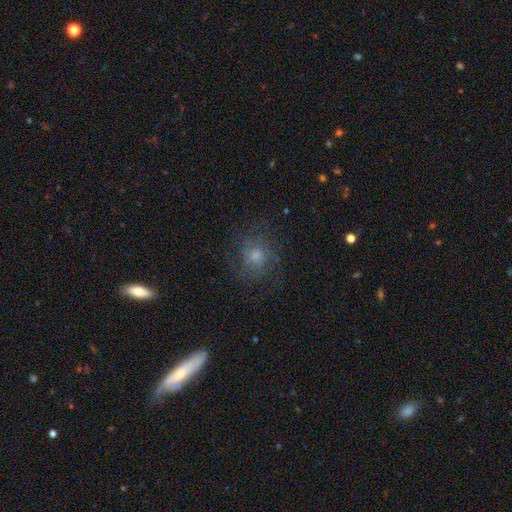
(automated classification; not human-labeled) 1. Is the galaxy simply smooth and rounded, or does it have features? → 55% smooth, 29% featured or disk, 16% star or artifact.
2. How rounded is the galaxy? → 79% round, 20% in between, 1% cigar-shaped.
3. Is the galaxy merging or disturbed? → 70% none, 15% minor disturbance, 13% major disturbance, 1% merger.